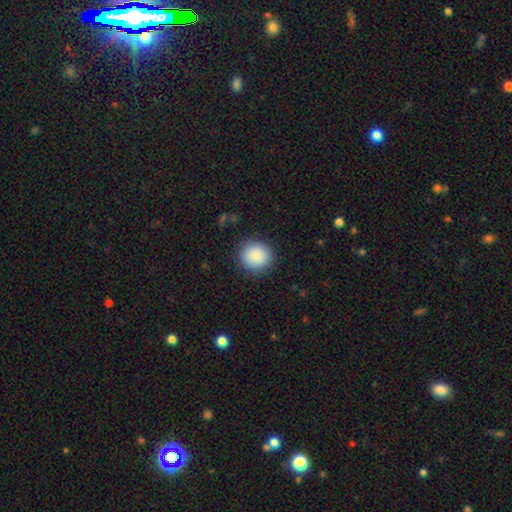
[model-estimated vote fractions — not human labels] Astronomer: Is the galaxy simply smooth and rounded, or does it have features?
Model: smooth — 88%.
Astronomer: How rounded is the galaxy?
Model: round — 86%.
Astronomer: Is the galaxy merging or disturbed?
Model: none — 88%.